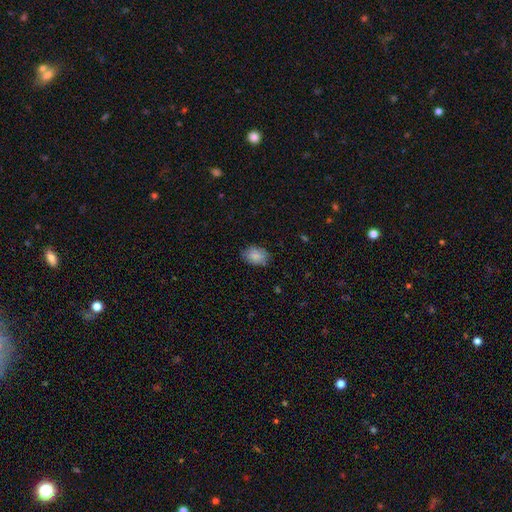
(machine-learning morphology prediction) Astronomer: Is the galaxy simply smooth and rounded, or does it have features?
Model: smooth — 85%.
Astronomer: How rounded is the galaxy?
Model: in between — 77%.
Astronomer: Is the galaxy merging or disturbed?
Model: none — 79%.